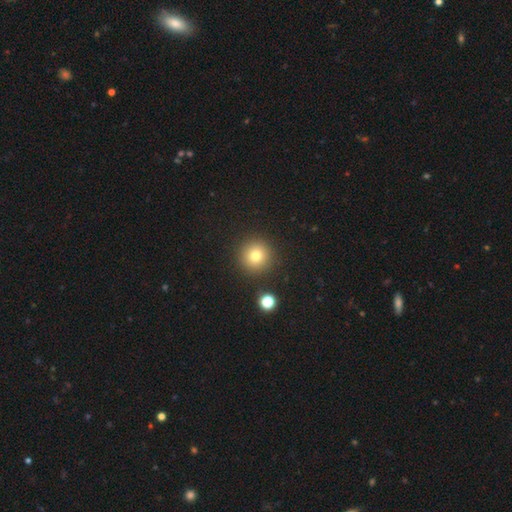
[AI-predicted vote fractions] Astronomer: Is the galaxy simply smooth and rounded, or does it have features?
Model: smooth — 79%.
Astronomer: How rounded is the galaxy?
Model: round — 96%.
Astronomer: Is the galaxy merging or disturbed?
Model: none — 90%.